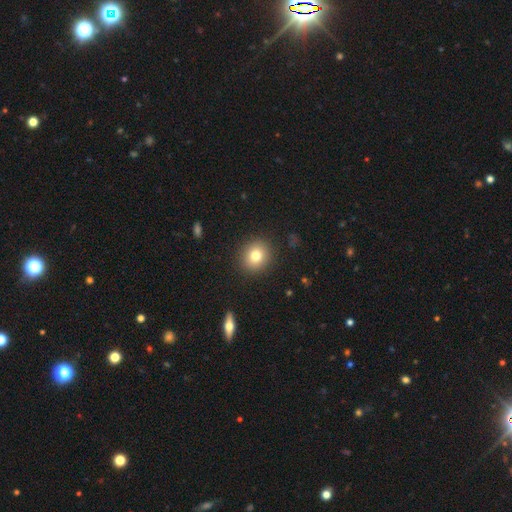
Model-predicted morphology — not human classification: Overall: smooth (78%). How rounded: round (81%). Merging: none (90%).